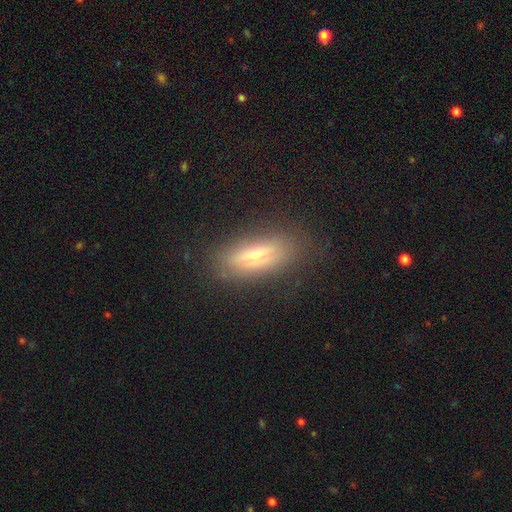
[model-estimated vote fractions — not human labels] Morphology: type=smooth (51%); roundness=in between (63%); merging=none (80%).